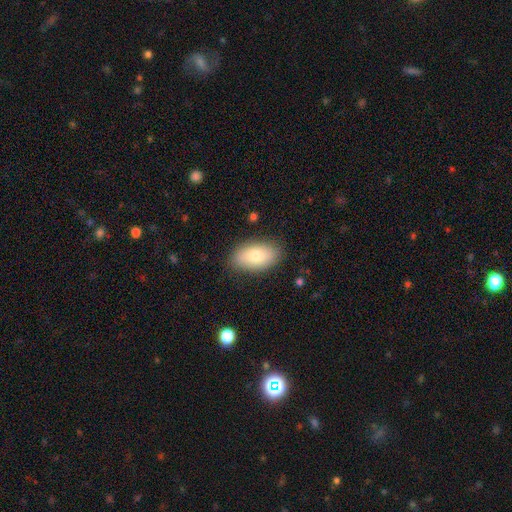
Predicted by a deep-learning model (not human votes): smooth_or_featured: smooth (p=0.78) [alt: featured or disk p=0.15]
how_rounded: in between (p=0.93) [alt: round p=0.05]
merging: none (p=0.84) [alt: minor disturbance p=0.12]